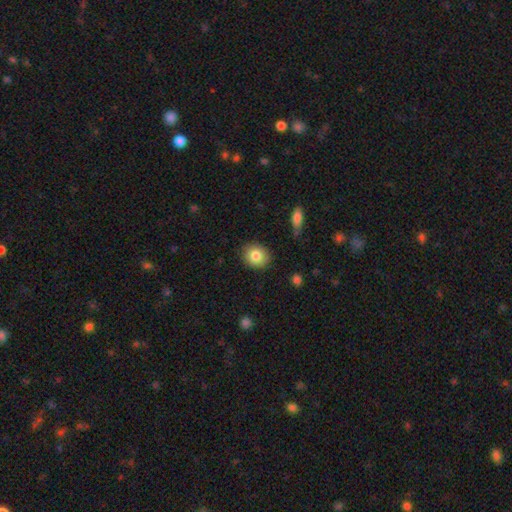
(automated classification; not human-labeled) Smooth or featured? smooth (83%)
How rounded? round (74%)
Merging? none (87%)